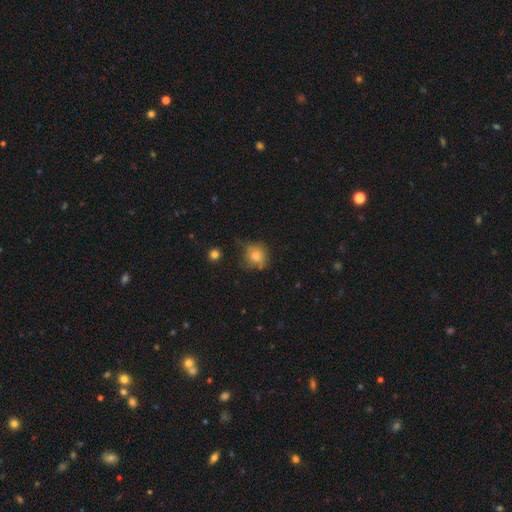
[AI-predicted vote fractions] A smooth galaxy with no disk features (77%) that is round (85%). Merging: none (63%).